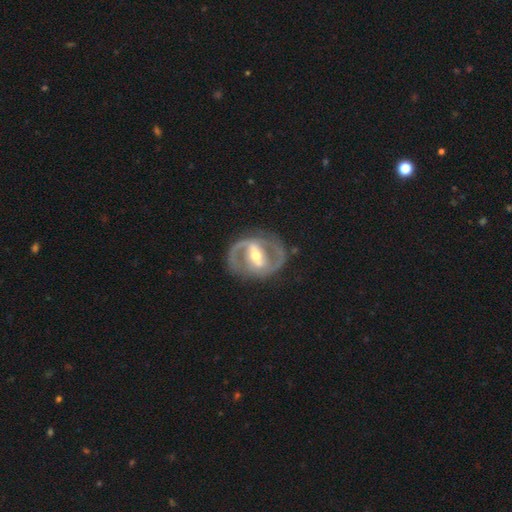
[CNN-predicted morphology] Smooth or featured? featured or disk (89%)
Edge-on disk? no (97%)
Bar? strong (64%)
Spiral arms? yes (90%)
Spiral winding? medium (56%)
Spiral arm count? 2 (91%)
Bulge size? moderate (63%)
Merging? none (82%)